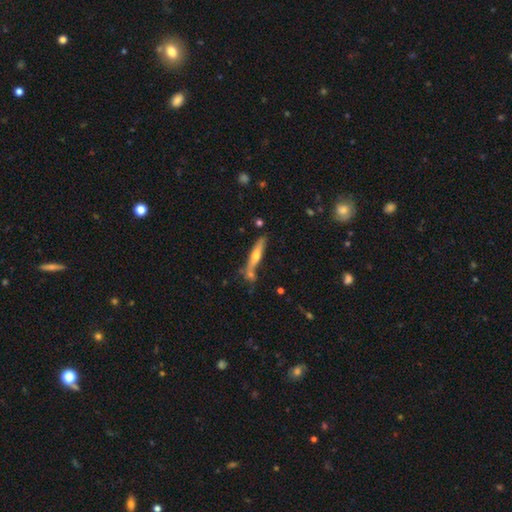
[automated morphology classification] A featured or disk galaxy (53%) viewed edge-on (93%).

Vote fractions:
- Smooth or featured? featured or disk: 53% / smooth: 40% / star or artifact: 7%
- Edge-on disk? yes: 93% / no: 7%
- Merging? none: 72% / minor disturbance: 14% / merger: 10% / major disturbance: 3%